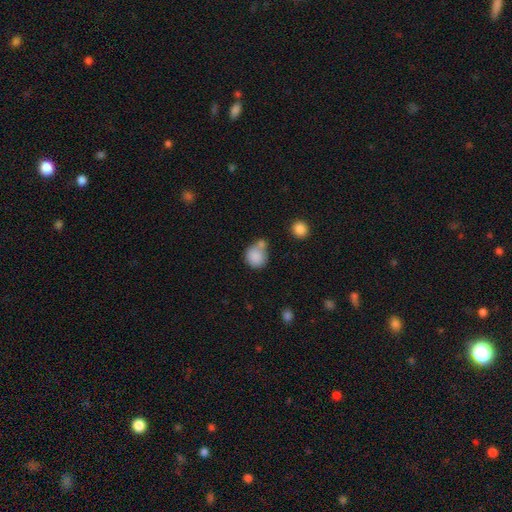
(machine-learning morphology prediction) Smooth or featured? Predicted: smooth (p=0.85). How rounded? Predicted: round (p=0.81). Merging? Predicted: none (p=0.48).